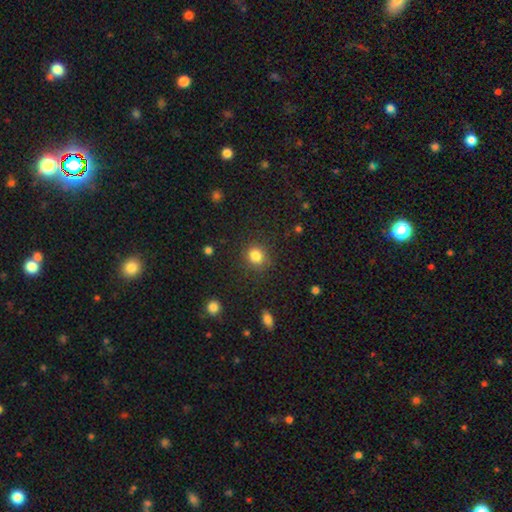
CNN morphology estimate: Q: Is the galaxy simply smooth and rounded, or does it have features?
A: smooth — 84%.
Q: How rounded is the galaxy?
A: round — 85%.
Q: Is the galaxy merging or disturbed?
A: none — 86%.